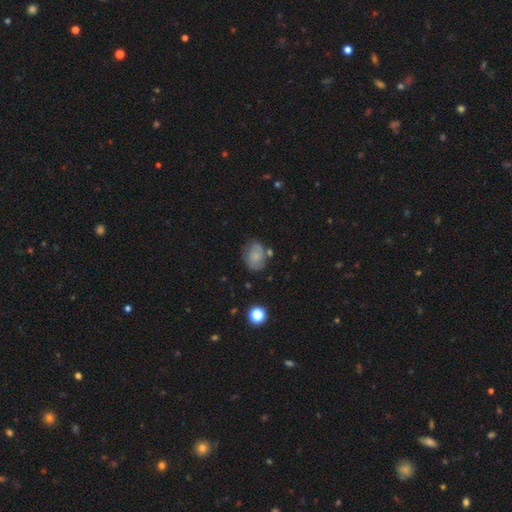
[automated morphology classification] The model was most divided on "how rounded": in between: 62%, round: 37%, cigar-shaped: 1%. More confident: smooth or featured — smooth (68%); merging — none (67%).